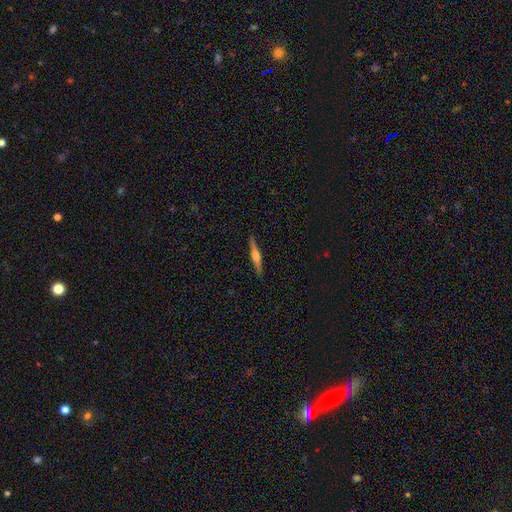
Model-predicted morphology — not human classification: Smooth or featured? Predicted: featured or disk (p=0.68). Edge-on disk? Predicted: yes (p=0.98). Edge-on bulge? Predicted: rounded (p=0.78). Merging? Predicted: none (p=0.89).